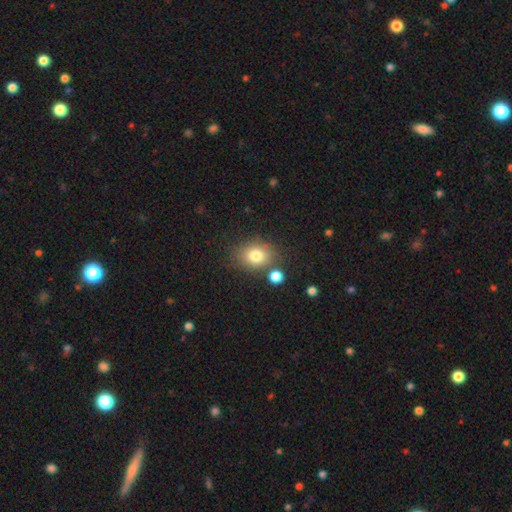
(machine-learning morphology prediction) This is likely a smooth galaxy (79%). How rounded: possibly in between (53%). Merging: likely none (73%).